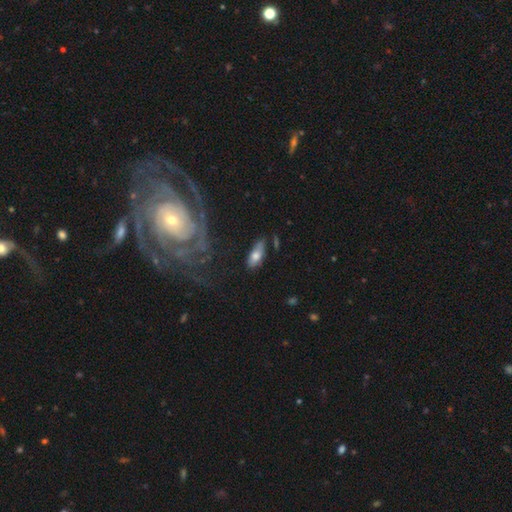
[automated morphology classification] This appears to be a smooth galaxy with no disk features (68%) that is in between round and cigar-shaped (78%). Merging: none (69%).